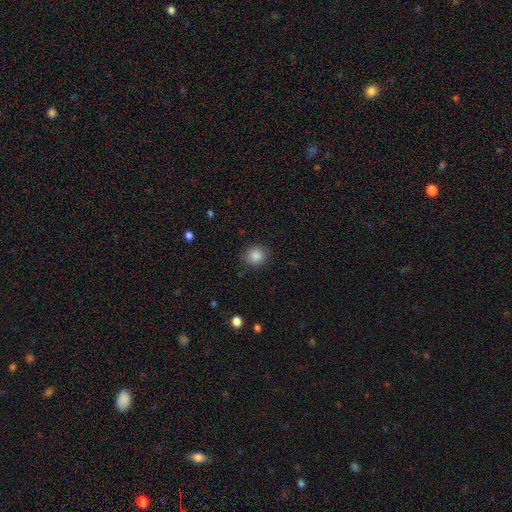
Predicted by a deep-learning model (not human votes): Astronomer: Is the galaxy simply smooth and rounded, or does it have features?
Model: smooth — 86%.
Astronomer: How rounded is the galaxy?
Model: round — 84%.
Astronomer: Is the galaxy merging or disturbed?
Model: none — 88%.